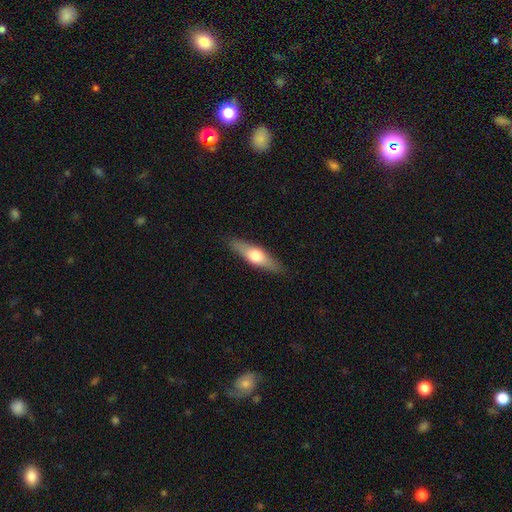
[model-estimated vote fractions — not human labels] Morphology: type=featured or disk (49%); merging=none (89%).